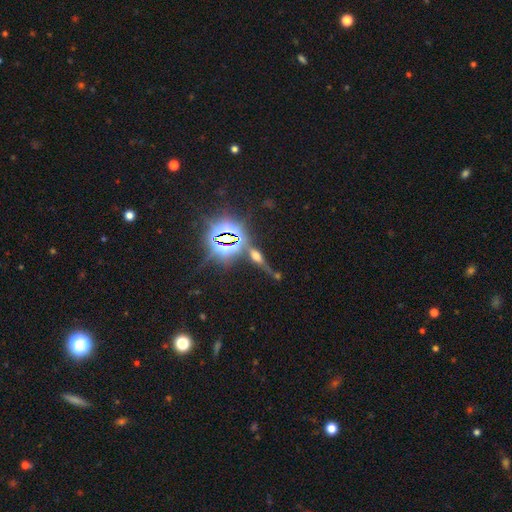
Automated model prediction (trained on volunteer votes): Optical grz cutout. It shows a star or artifact, not a galaxy (46%).